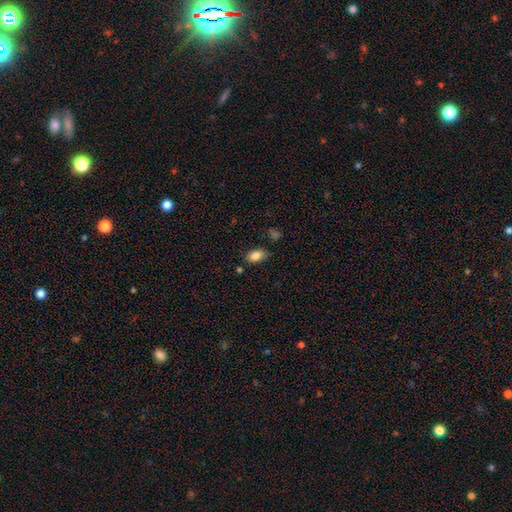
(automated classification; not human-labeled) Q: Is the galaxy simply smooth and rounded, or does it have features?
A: smooth — 85%.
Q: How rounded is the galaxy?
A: in between — 89%.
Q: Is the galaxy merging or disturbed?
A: none — 76%.